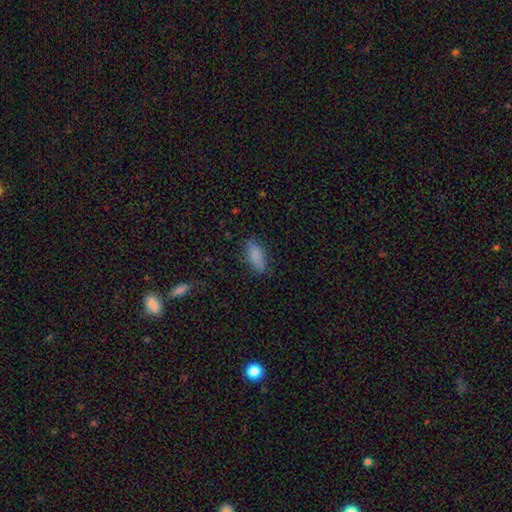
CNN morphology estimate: Smooth or featured?
  - smooth: 85% *
  - star or artifact: 8%
  - featured or disk: 7%
How rounded?
  - in between: 76% *
  - cigar-shaped: 22%
  - round: 2%
Merging?
  - none: 77% *
  - minor disturbance: 17%
  - major disturbance: 4%
  - merger: 1%